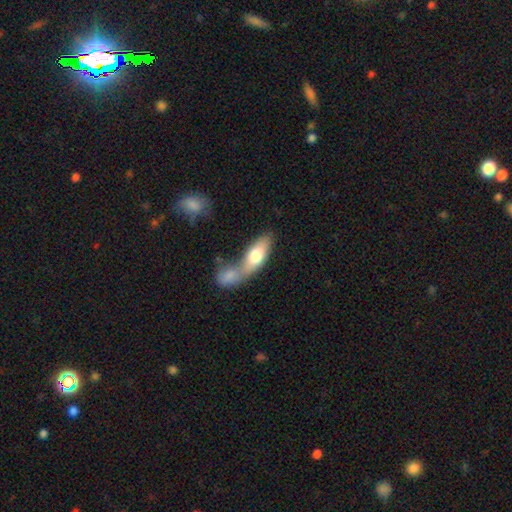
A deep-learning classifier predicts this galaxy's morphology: Q: Smooth or featured?
A: smooth (70%); runner-up: featured or disk (25%)
Q: How rounded?
A: in between (77%); runner-up: cigar-shaped (19%)
Q: Merging?
A: merger (57%); runner-up: none (24%)